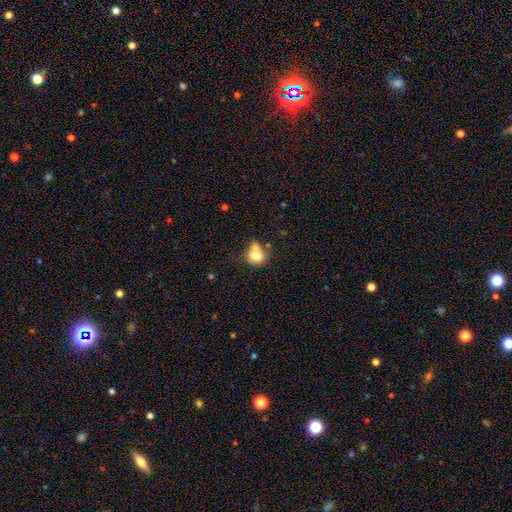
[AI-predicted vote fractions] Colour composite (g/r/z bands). It shows a smooth galaxy with no disk features (74%) that is round (67%). Merging: merger (37%).